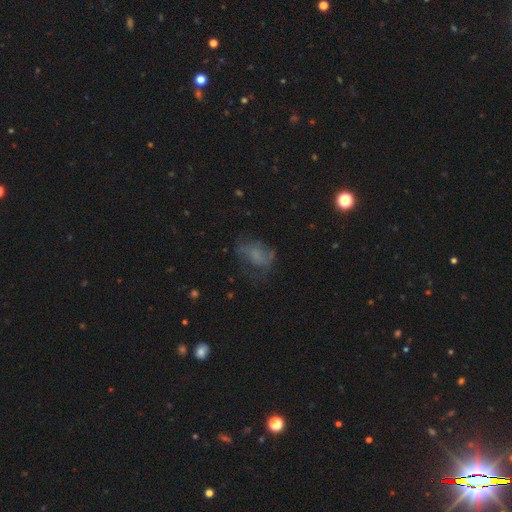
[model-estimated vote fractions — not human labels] Smooth or featured? Predicted: smooth (p=0.46). Merging? Predicted: none (p=0.46).